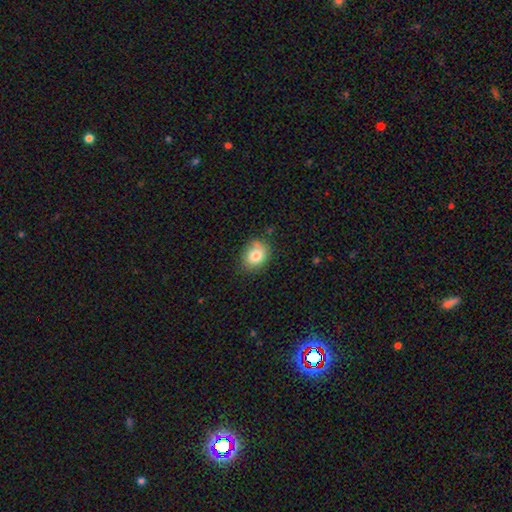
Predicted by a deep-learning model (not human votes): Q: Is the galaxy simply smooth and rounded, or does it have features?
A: smooth — 80%.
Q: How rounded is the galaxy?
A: round — 52%.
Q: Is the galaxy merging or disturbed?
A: none — 72%.